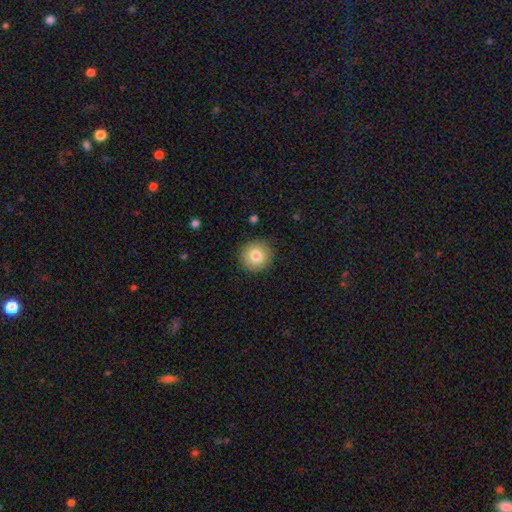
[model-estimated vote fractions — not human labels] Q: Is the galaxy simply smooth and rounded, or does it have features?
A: smooth — 81%.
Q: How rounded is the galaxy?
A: round — 92%.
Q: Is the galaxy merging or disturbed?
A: none — 90%.